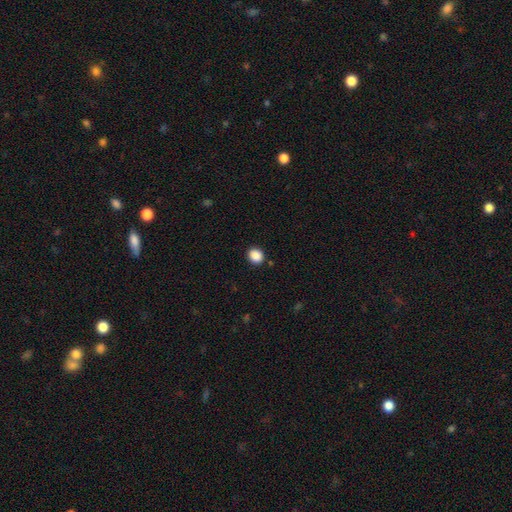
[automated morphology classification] This is clearly a smooth galaxy (88%). How rounded: likely round (65%). Merging: clearly none (89%).